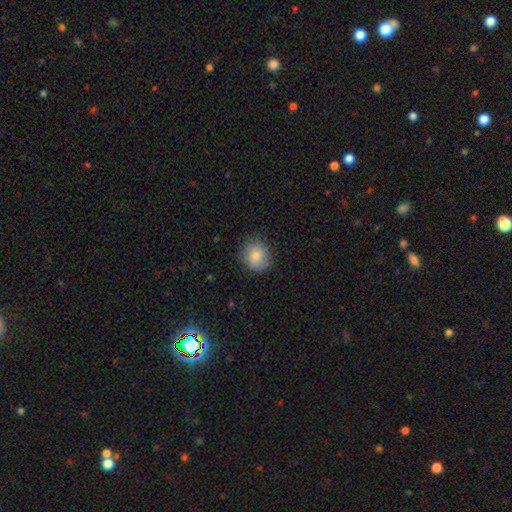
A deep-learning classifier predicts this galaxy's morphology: smooth-or-featured: smooth: 82% | featured or disk: 10% | star or artifact: 8%
  how-rounded: round: 76% | in between: 23% | cigar-shaped: 1%
  merging: none: 79% | minor disturbance: 16% | major disturbance: 4% | merger: 1%